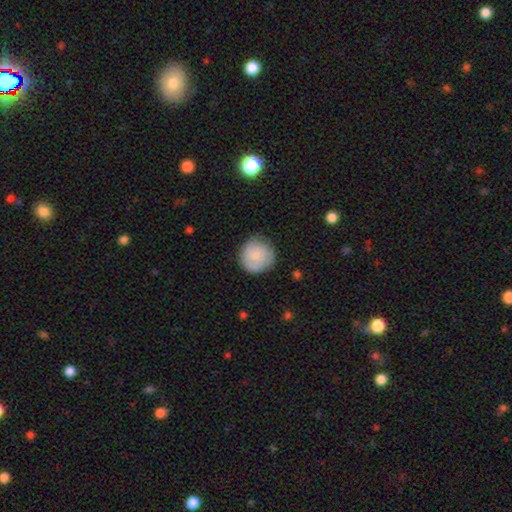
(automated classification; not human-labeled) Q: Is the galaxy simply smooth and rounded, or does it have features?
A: smooth — 78%.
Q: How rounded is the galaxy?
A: round — 93%.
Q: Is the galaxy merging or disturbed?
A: none — 76%.